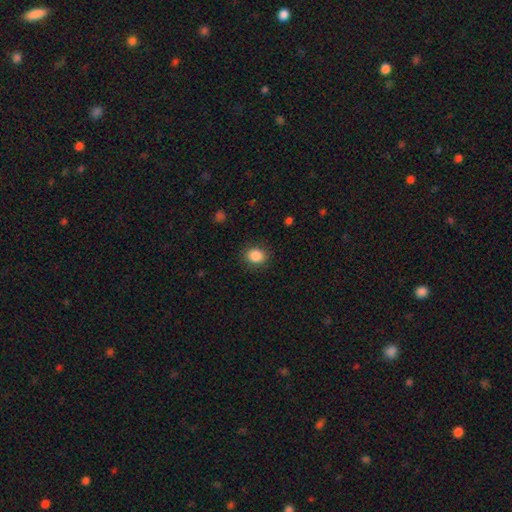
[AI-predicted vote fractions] Morphology: type=smooth (87%); roundness=round (58%); merging=none (86%).